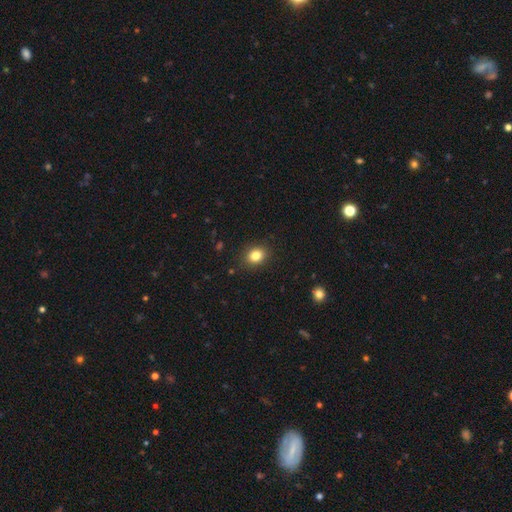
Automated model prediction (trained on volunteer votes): The model was most divided on "how rounded": round: 59%, in between: 41%, cigar-shaped: 1%. More confident: merging — none (88%); smooth or featured — smooth (83%).